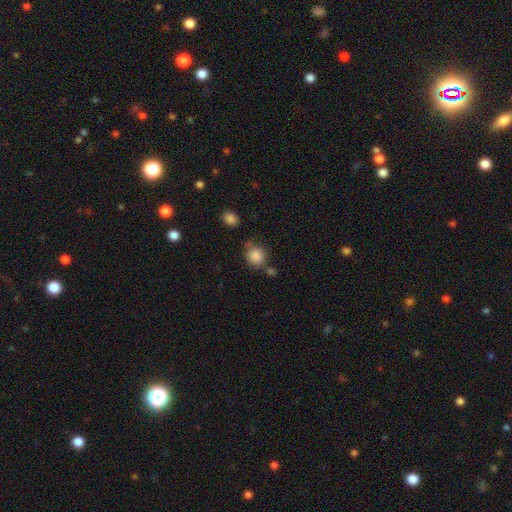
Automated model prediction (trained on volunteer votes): The model was most divided on "merging": none: 65%, minor disturbance: 19%, merger: 11%, major disturbance: 6%. More confident: smooth or featured — smooth (86%); how rounded — round (84%).